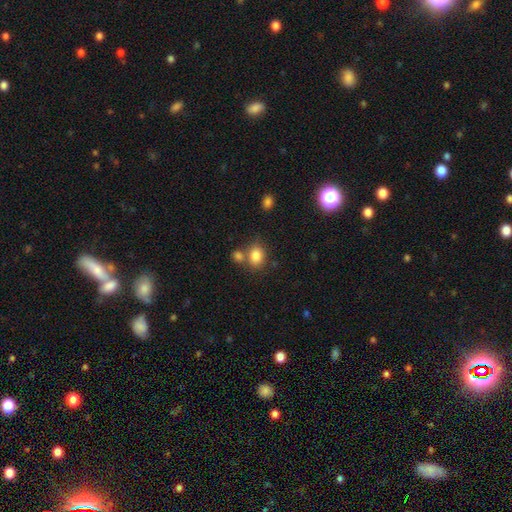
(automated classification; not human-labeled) smooth 83%, star or artifact 10%, featured or disk 7%. Down the decision tree: how rounded — in between (58%); merging — none (57%).